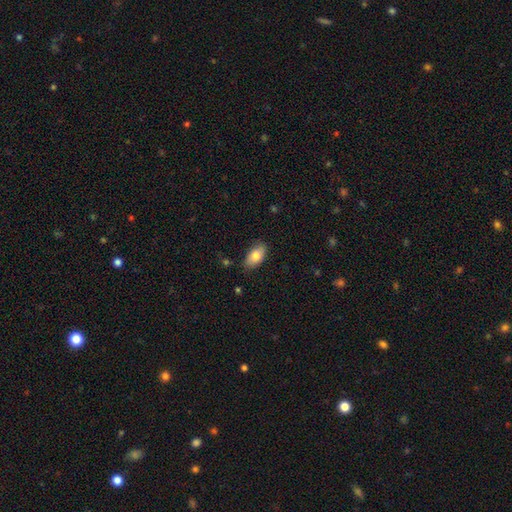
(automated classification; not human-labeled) smooth_or_featured: smooth (p=0.83) [alt: featured or disk p=0.11]
how_rounded: in between (p=0.94) [alt: round p=0.04]
merging: none (p=0.81) [alt: minor disturbance p=0.15]